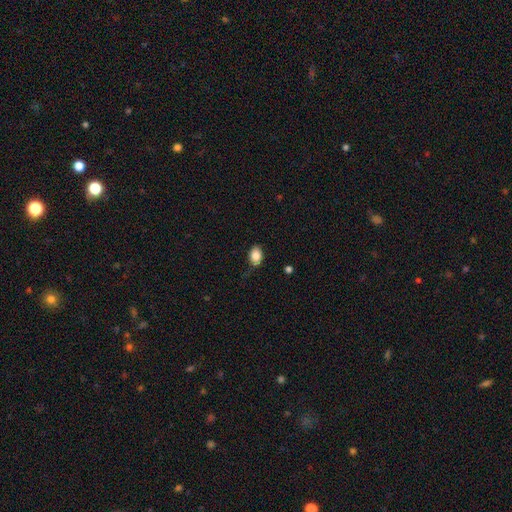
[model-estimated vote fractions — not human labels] Morphology: type=smooth (85%); roundness=in between (77%); merging=none (66%).